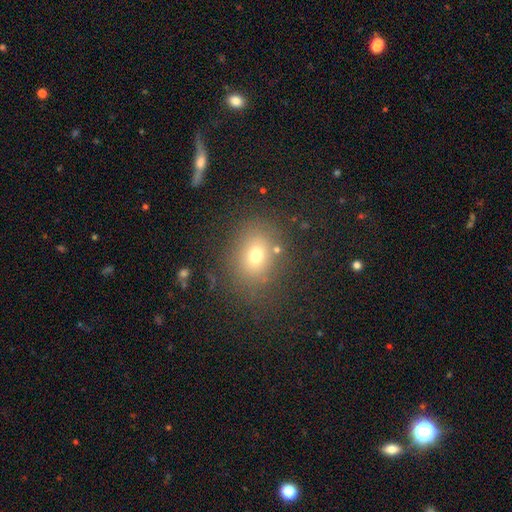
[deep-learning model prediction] Smooth or featured?
  - smooth: 70% *
  - star or artifact: 16%
  - featured or disk: 13%
How rounded?
  - in between: 50% *
  - round: 48%
  - cigar-shaped: 1%
Merging?
  - none: 78% *
  - minor disturbance: 13%
  - major disturbance: 6%
  - merger: 3%